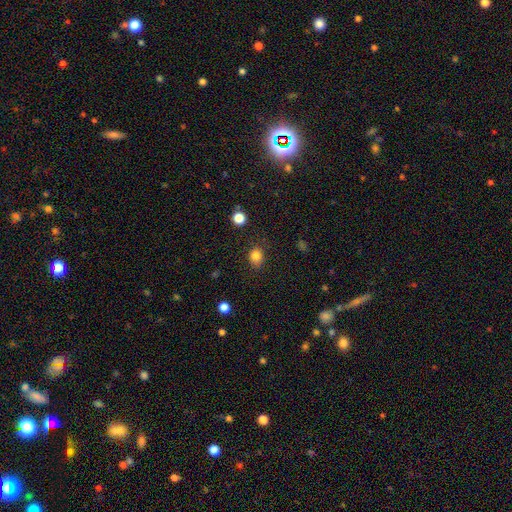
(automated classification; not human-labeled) smooth-or-featured: smooth: 83% | star or artifact: 12% | featured or disk: 6%
  how-rounded: round: 57% | in between: 42% | cigar-shaped: 1%
  merging: none: 82% | minor disturbance: 13% | major disturbance: 3% | merger: 2%